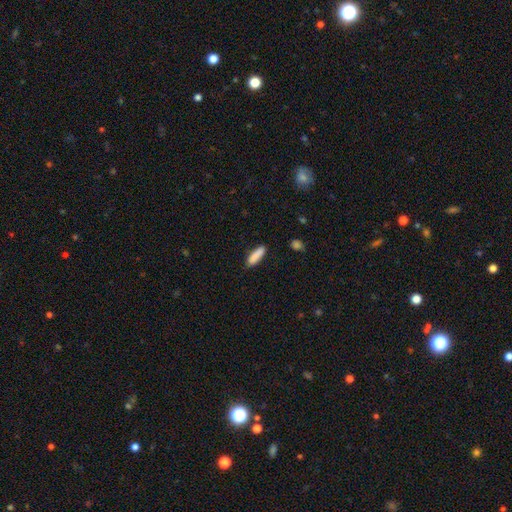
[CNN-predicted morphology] Smooth or featured? Predicted: smooth (p=0.87). How rounded? Predicted: cigar-shaped (p=0.66). Merging? Predicted: none (p=0.83).